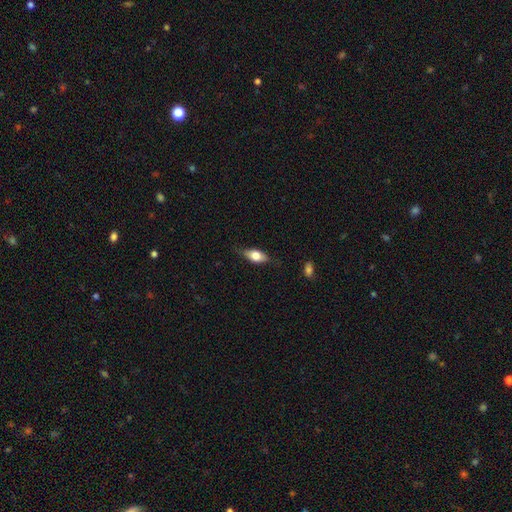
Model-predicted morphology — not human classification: Q: Smooth or featured?
A: smooth (64%); runner-up: featured or disk (29%)
Q: How rounded?
A: in between (81%); runner-up: cigar-shaped (14%)
Q: Merging?
A: none (75%); runner-up: minor disturbance (19%)